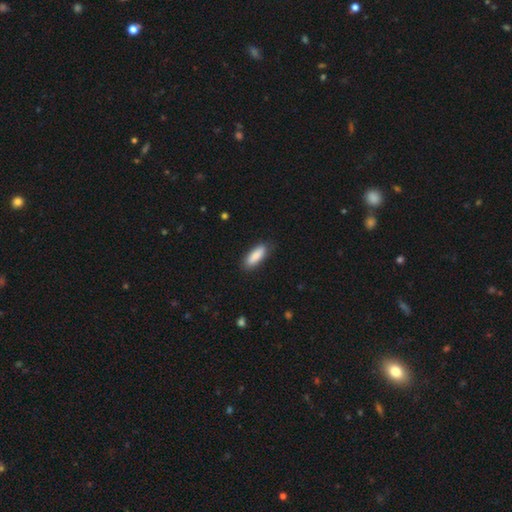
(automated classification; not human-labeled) smooth 89%, star or artifact 6%, featured or disk 6%. Down the decision tree: how rounded — in between (58%); merging — none (85%).